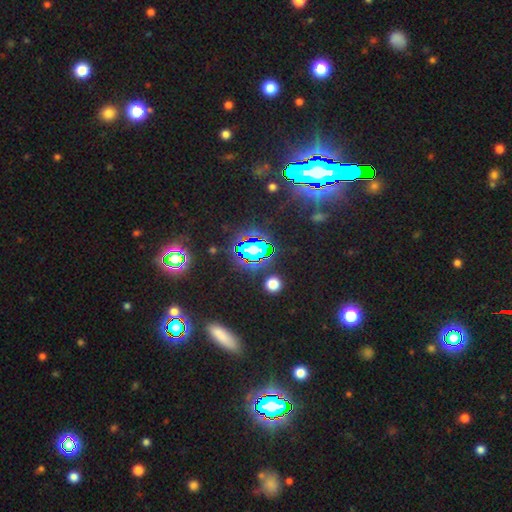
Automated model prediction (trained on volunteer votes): star or artifact 77%, smooth 15%, featured or disk 8%.